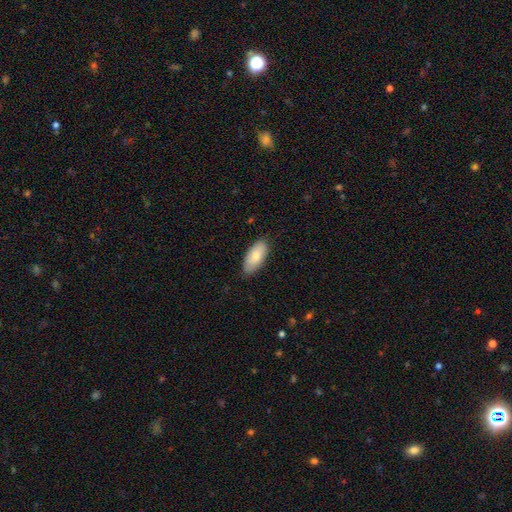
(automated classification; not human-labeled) This appears to be a smooth galaxy with no disk features (81%) that is in between round and cigar-shaped (90%). Merging: none (82%).